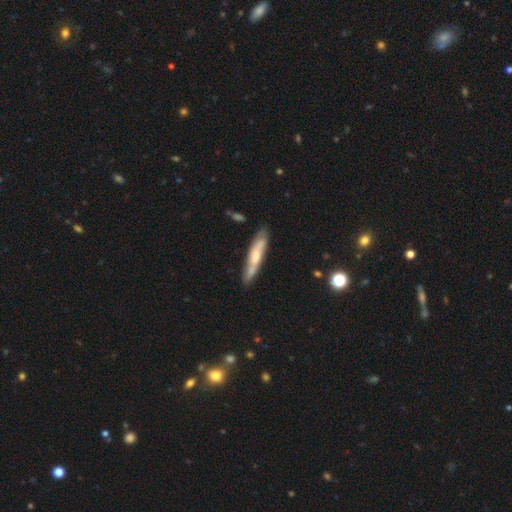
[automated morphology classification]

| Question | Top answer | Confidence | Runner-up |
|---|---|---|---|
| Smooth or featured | smooth | 48% | featured or disk (46%) |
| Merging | none | 67% | minor disturbance (21%) |